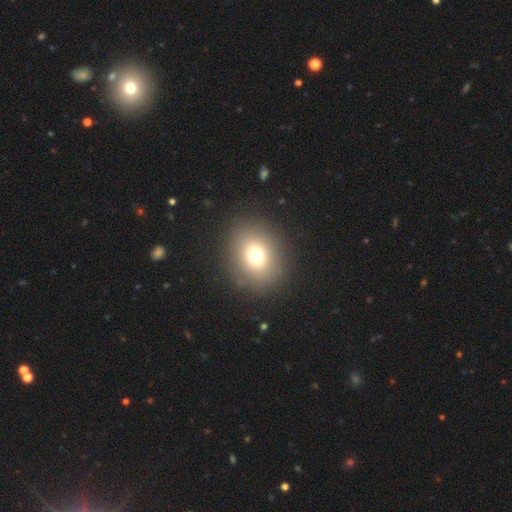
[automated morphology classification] A smooth galaxy with no disk features (73%) that is round (66%).

Vote fractions:
- Smooth or featured? smooth: 73% / star or artifact: 16% / featured or disk: 12%
- How rounded? round: 66% / in between: 33% / cigar-shaped: 1%
- Merging? none: 88% / minor disturbance: 7% / major disturbance: 4% / merger: 1%